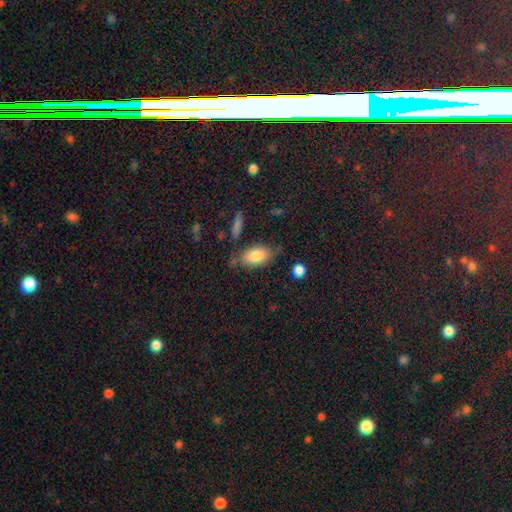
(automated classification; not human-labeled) smooth 81%, featured or disk 12%, star or artifact 7%. Down the decision tree: how rounded — in between (90%); merging — none (66%).